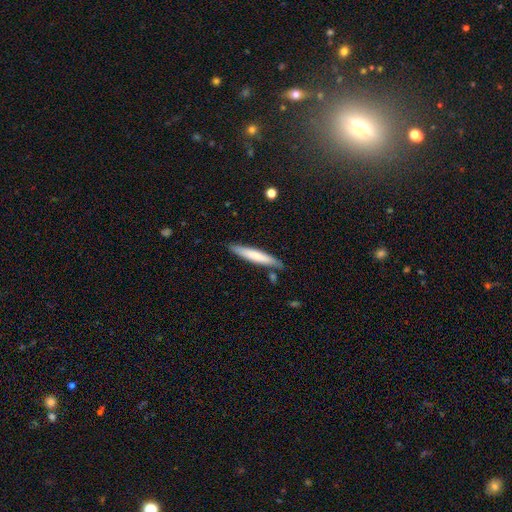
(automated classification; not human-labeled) Q: Smooth or featured?
A: smooth (69%); runner-up: featured or disk (26%)
Q: How rounded?
A: cigar-shaped (92%); runner-up: in between (7%)
Q: Merging?
A: none (84%); runner-up: minor disturbance (11%)